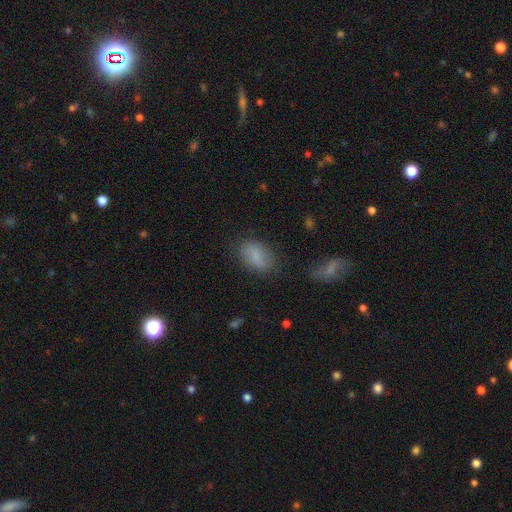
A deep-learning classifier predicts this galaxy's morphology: Smooth or featured? Predicted: smooth (p=0.79). How rounded? Predicted: in between (p=0.87). Merging? Predicted: none (p=0.76).